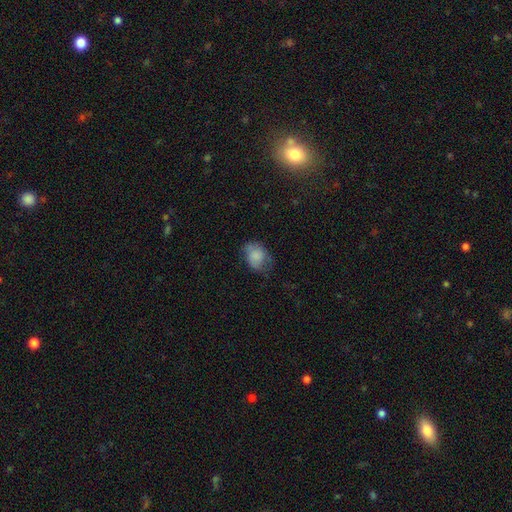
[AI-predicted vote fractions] Smooth or featured?
  - smooth: 72% *
  - featured or disk: 20%
  - star or artifact: 8%
How rounded?
  - in between: 65% *
  - round: 34%
  - cigar-shaped: 1%
Merging?
  - none: 48% *
  - minor disturbance: 32%
  - major disturbance: 18%
  - merger: 2%